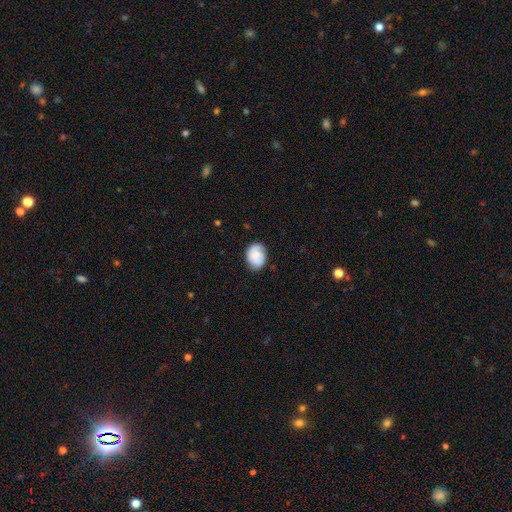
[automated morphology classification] A smooth galaxy with no disk features (63%) that is in between round and cigar-shaped (55%). Merging: none (70%).